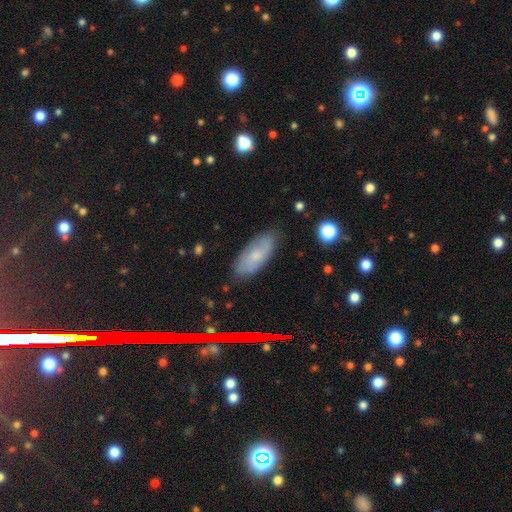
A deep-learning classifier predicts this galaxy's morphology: Q: Smooth or featured?
A: smooth (59%); runner-up: featured or disk (31%)
Q: How rounded?
A: in between (84%); runner-up: cigar-shaped (13%)
Q: Merging?
A: none (79%); runner-up: minor disturbance (16%)